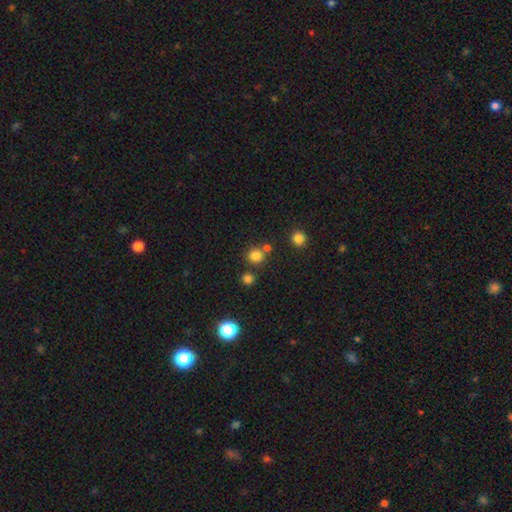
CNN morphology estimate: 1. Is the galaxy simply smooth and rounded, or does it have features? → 79% smooth, 16% star or artifact, 5% featured or disk.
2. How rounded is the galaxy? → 88% round, 11% in between, 1% cigar-shaped.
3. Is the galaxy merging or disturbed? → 71% none, 18% merger, 8% minor disturbance, 3% major disturbance.